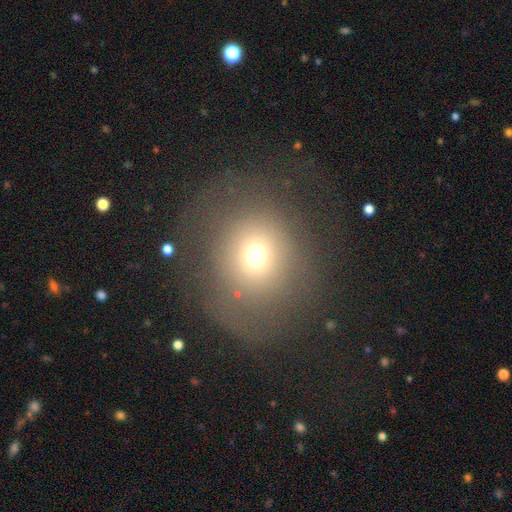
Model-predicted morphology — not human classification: smooth_or_featured: smooth (p=0.64) [alt: featured or disk p=0.19]
how_rounded: round (p=0.83) [alt: in between p=0.16]
merging: none (p=0.53) [alt: major disturbance p=0.26]